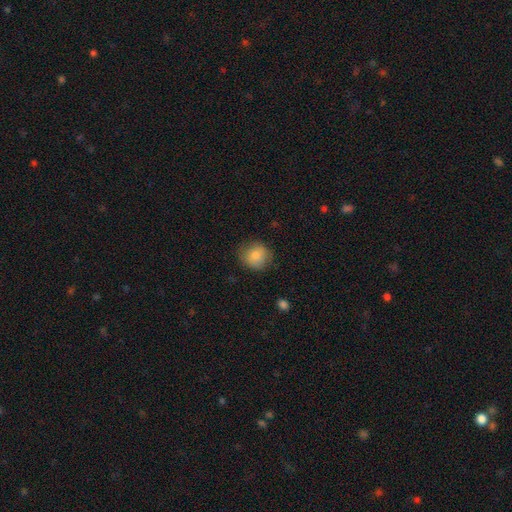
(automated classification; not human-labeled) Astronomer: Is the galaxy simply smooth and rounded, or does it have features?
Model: smooth — 83%.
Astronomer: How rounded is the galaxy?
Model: round — 86%.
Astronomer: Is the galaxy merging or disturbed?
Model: none — 80%.